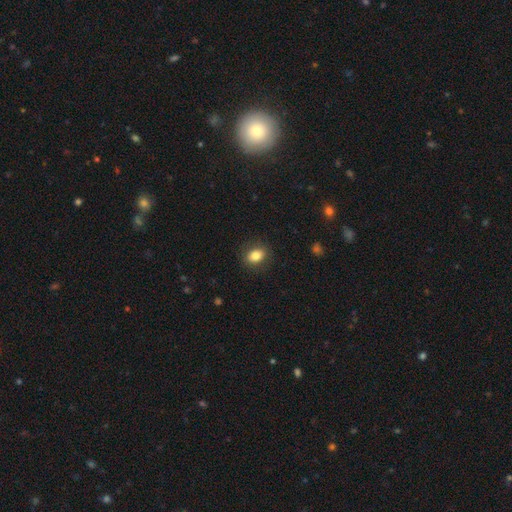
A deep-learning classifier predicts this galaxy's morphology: smooth-or-featured: smooth: 83% | star or artifact: 9% | featured or disk: 9%
  how-rounded: in between: 67% | round: 32% | cigar-shaped: 1%
  merging: none: 86% | minor disturbance: 10% | major disturbance: 3% | merger: 1%